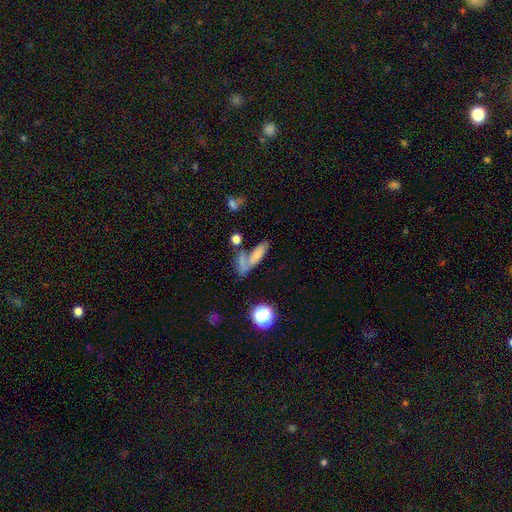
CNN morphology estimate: Smooth or featured?
  - smooth: 64% *
  - featured or disk: 22%
  - star or artifact: 14%
How rounded?
  - in between: 49% *
  - cigar-shaped: 44%
  - round: 7%
Merging?
  - none: 37% *
  - merger: 34%
  - minor disturbance: 15%
  - major disturbance: 14%